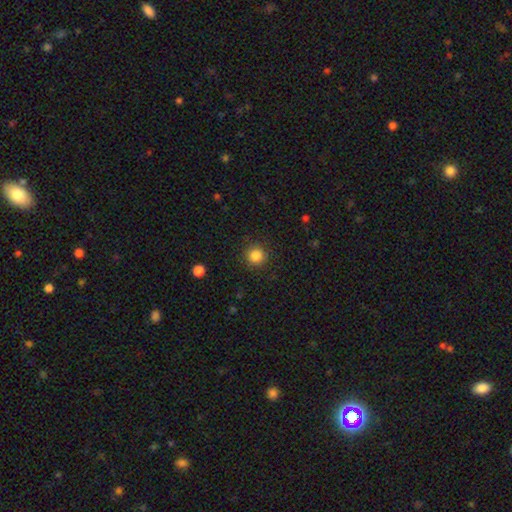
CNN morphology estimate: Q: Smooth or featured?
A: smooth (84%); runner-up: star or artifact (11%)
Q: How rounded?
A: round (94%); runner-up: in between (5%)
Q: Merging?
A: none (90%); runner-up: minor disturbance (6%)